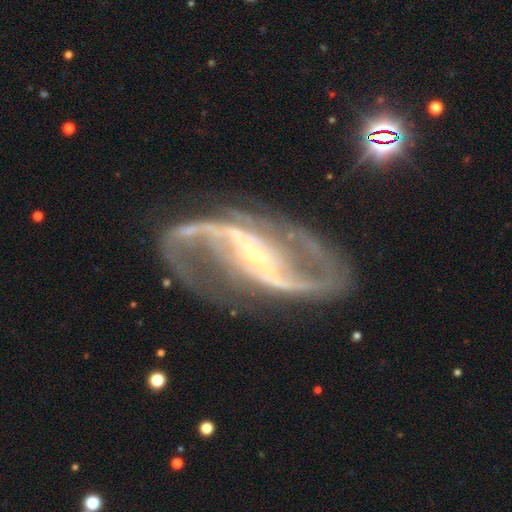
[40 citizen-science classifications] Smooth or featured?
  - featured or disk: 90% *
  - star or artifact: 8%
  - smooth: 2%
Edge-on disk?
  - no: 97% *
  - yes: 3%
Bar?
  - strong: 57% *
  - no: 23%
  - weak: 20%
Spiral arms?
  - yes: 97% *
  - no: 3%
Spiral winding?
  - medium: 50% *
  - loose: 41%
  - tight: 9%
Spiral arm count?
  - 2: 100% *
  - 1: 0%
  - 3: 0%
  - 4: 0%
  - more than 4: 0%
  - can't tell: 0%
Bulge size?
  - small: 94% *
  - moderate: 6%
  - dominant: 0%
  - large: 0%
  - none: 0%
Merging?
  - none: 89% *
  - minor disturbance: 11%
  - major disturbance: 0%
  - merger: 0%